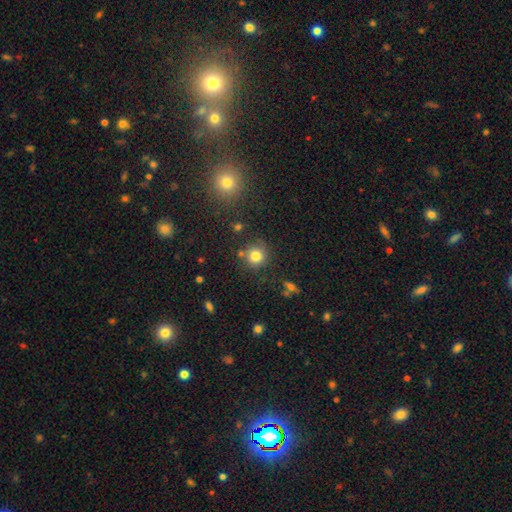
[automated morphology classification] Q: Smooth or featured?
A: smooth (80%); runner-up: star or artifact (13%)
Q: How rounded?
A: round (92%); runner-up: in between (7%)
Q: Merging?
A: none (78%); runner-up: minor disturbance (11%)